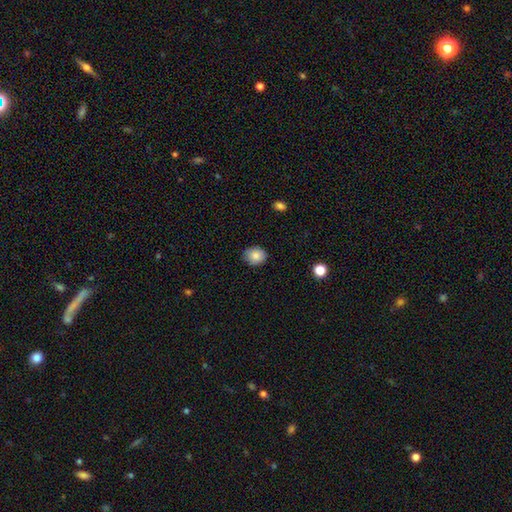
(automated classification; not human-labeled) This is clearly a smooth galaxy (84%). How rounded: possibly round (59%). Merging: clearly none (84%).